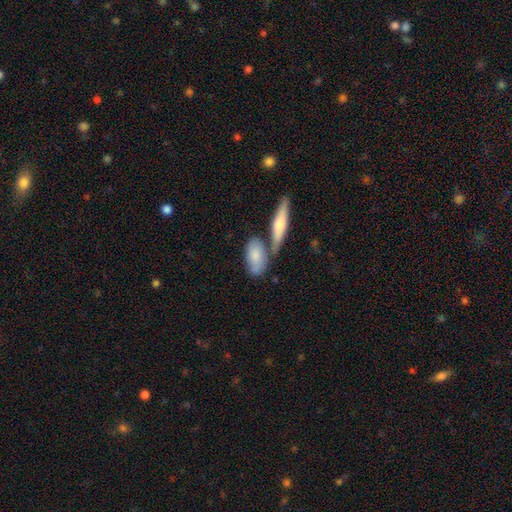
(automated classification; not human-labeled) A smooth galaxy with no disk features (78%) that is in between round and cigar-shaped (84%). Merging: none (50%).